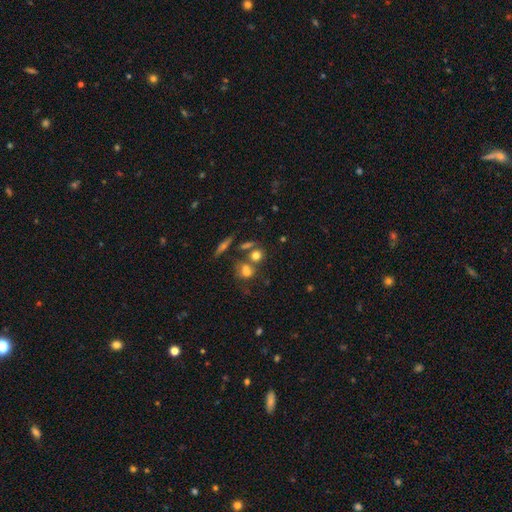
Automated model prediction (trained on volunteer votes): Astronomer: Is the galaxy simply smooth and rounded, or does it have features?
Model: smooth — 69%.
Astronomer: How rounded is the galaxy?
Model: round — 76%.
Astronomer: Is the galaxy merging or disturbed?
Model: none — 51% (runner-up: merger, 34%).